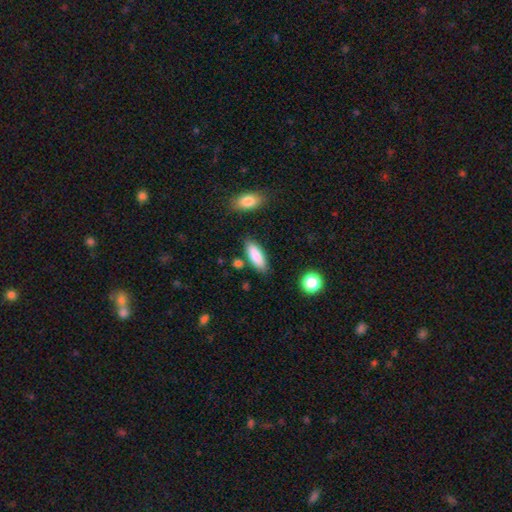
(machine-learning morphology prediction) type=smooth (86%); roundness=in between (65%); merging=none (81%).